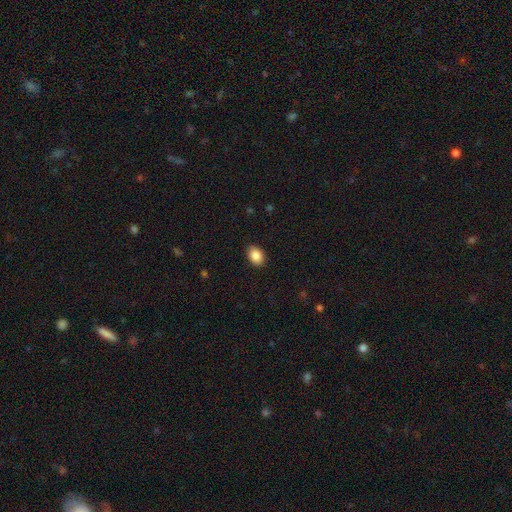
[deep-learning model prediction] This is clearly a smooth galaxy (88%). How rounded: likely in between (79%). Merging: clearly none (89%).